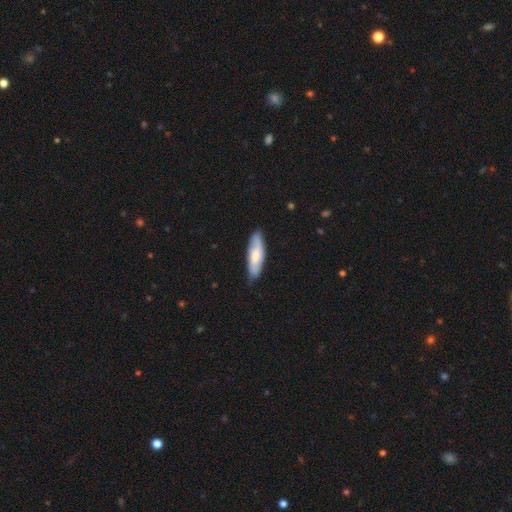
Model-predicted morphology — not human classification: A smooth galaxy with no disk features (62%) that is in between round and cigar-shaped (51%). Merging: none (80%).